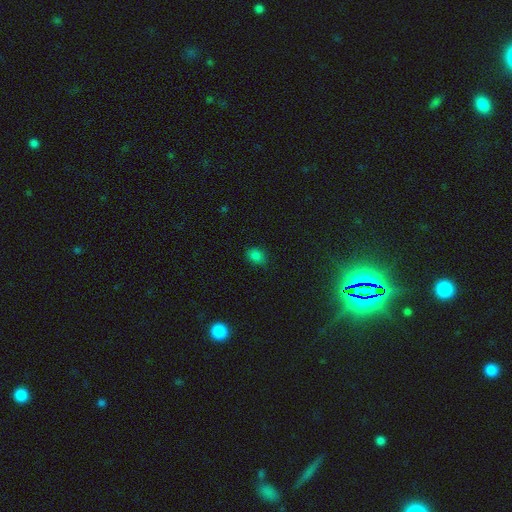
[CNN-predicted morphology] type=smooth (79%); roundness=in between (55%); merging=none (79%).